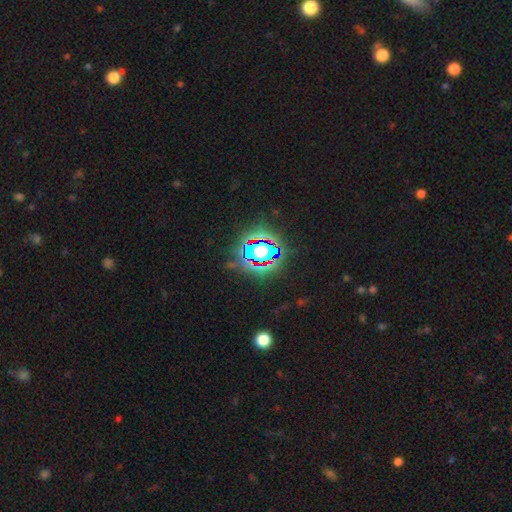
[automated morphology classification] Smooth or featured? Predicted: star or artifact (p=0.79).